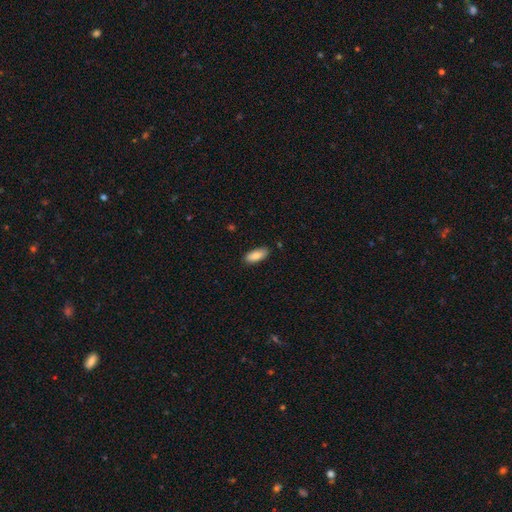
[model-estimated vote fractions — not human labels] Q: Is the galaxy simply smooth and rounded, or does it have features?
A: smooth — 85%.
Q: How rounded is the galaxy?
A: in between — 84%.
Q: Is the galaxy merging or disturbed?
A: none — 86%.